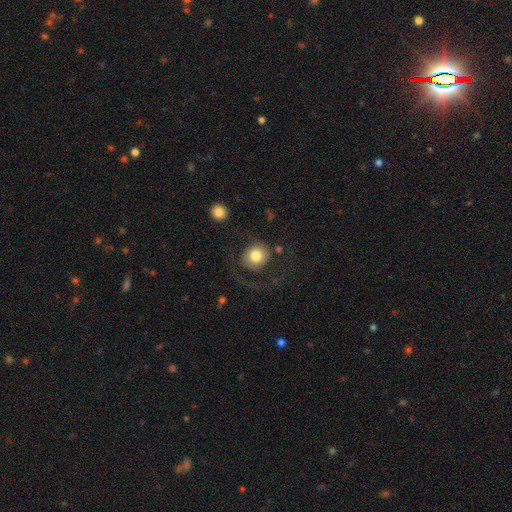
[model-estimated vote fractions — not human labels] Smooth or featured? smooth (71%)
How rounded? round (86%)
Merging? none (53%)